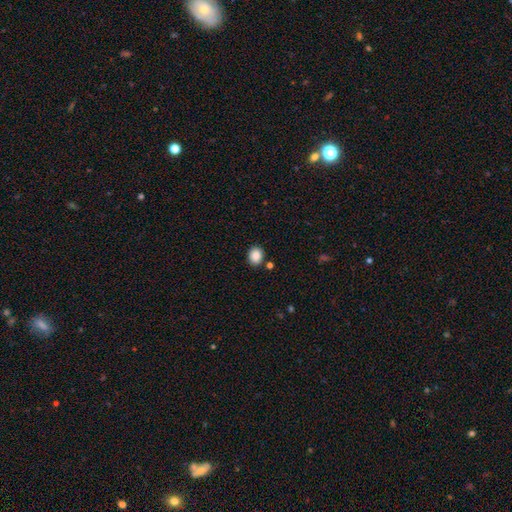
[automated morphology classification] This is clearly a smooth galaxy (88%). How rounded: possibly round (57%). Merging: clearly none (85%).